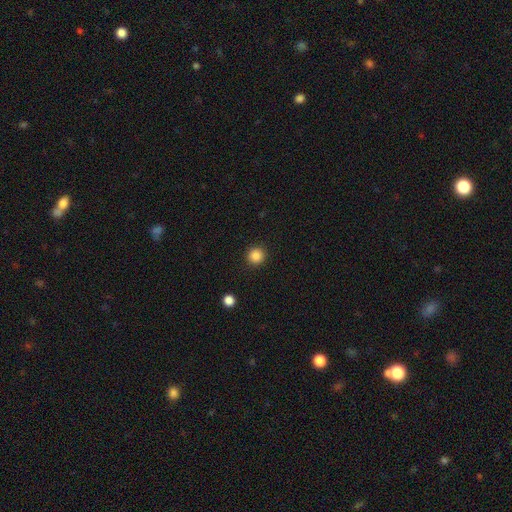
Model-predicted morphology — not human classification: smooth_or_featured: smooth (p=0.86) [alt: star or artifact p=0.11]
how_rounded: round (p=0.94) [alt: in between p=0.05]
merging: none (p=0.92) [alt: minor disturbance p=0.05]